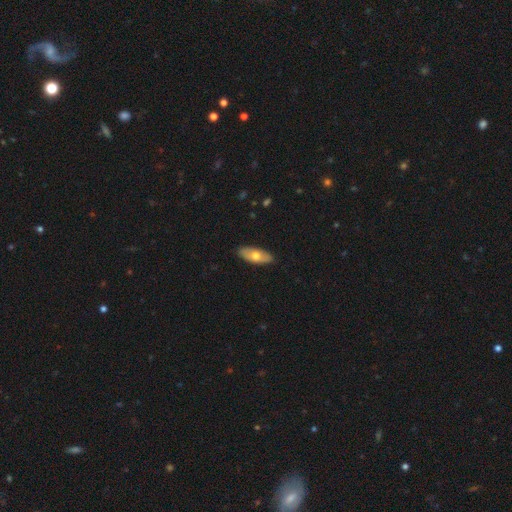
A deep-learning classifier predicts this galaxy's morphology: A smooth galaxy with no disk features (59%) that is in between round and cigar-shaped (81%).

Vote fractions:
- Smooth or featured? smooth: 59% / featured or disk: 36% / star or artifact: 5%
- How rounded? in between: 81% / cigar-shaped: 16% / round: 3%
- Merging? none: 88% / minor disturbance: 9% / major disturbance: 2% / merger: 1%